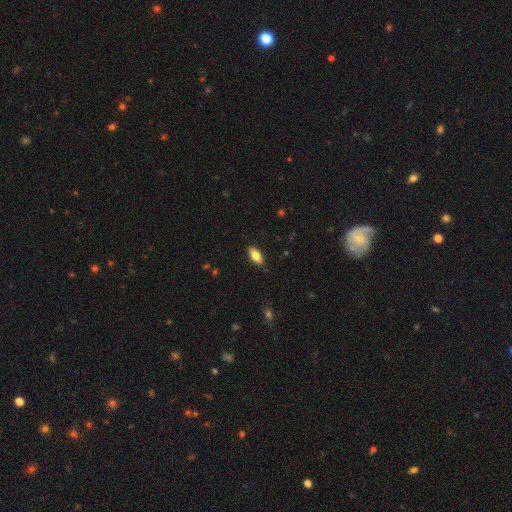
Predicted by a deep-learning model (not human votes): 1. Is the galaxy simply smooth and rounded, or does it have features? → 75% smooth, 18% featured or disk, 7% star or artifact.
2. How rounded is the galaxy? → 88% in between, 9% cigar-shaped, 3% round.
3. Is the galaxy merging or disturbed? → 84% none, 12% minor disturbance, 2% major disturbance, 1% merger.